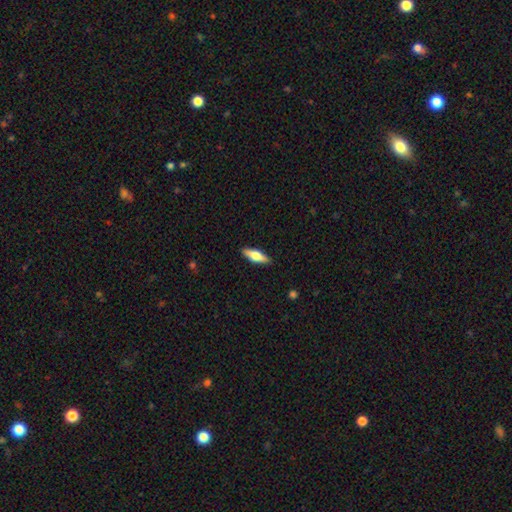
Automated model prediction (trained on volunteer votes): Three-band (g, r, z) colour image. It shows a smooth galaxy with no disk features (53%) that is in between round and cigar-shaped (50%). Merging: none (90%).